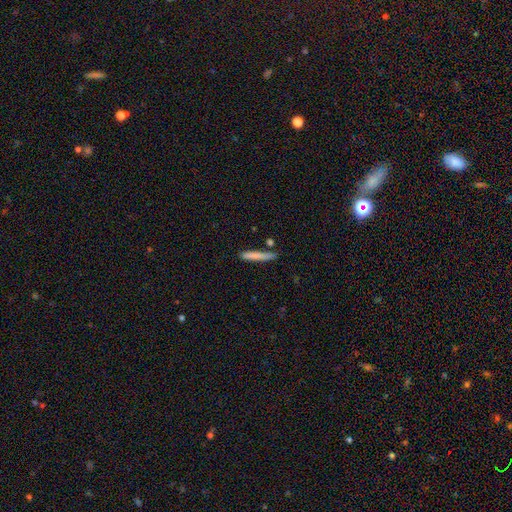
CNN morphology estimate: smooth_or_featured: smooth (p=0.78) [alt: featured or disk p=0.16]
how_rounded: cigar-shaped (p=0.94) [alt: in between p=0.04]
merging: none (p=0.79) [alt: minor disturbance p=0.13]